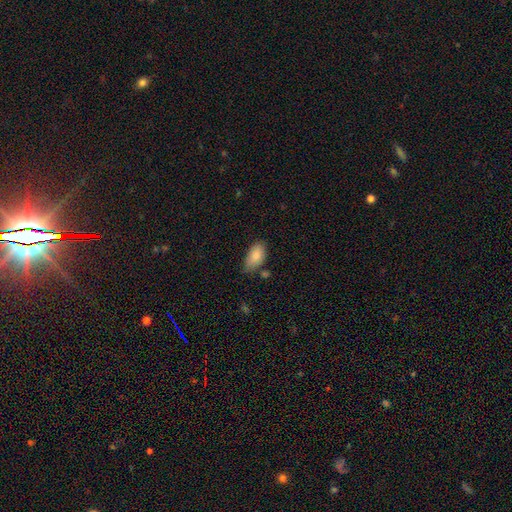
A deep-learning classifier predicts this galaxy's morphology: Overall: smooth (85%). How rounded: in between (93%). Merging: none (63%; minor disturbance 26%).